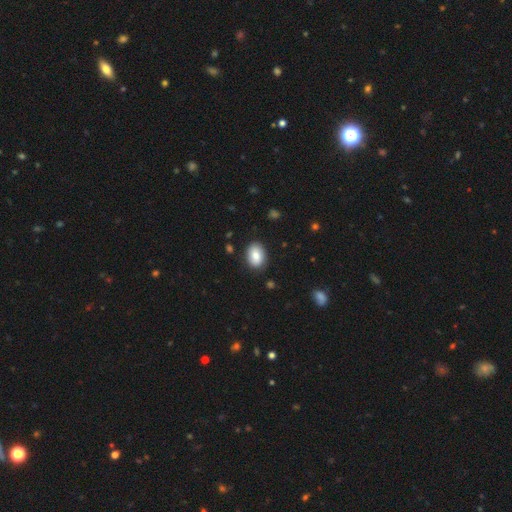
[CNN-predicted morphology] smooth-or-featured: smooth: 82% | featured or disk: 11% | star or artifact: 7%
  how-rounded: in between: 79% | round: 20% | cigar-shaped: 1%
  merging: none: 86% | minor disturbance: 10% | major disturbance: 2% | merger: 1%